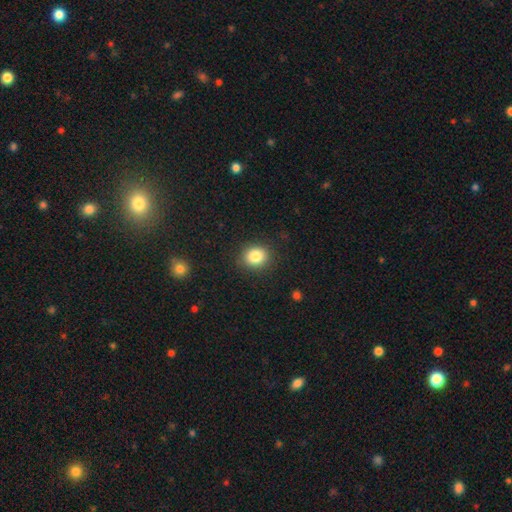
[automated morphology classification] Smooth or featured: smooth — 83% (star or artifact — 12%)
How rounded: round — 76% (in between — 23%)
Merging: none — 91% (minor disturbance — 6%)